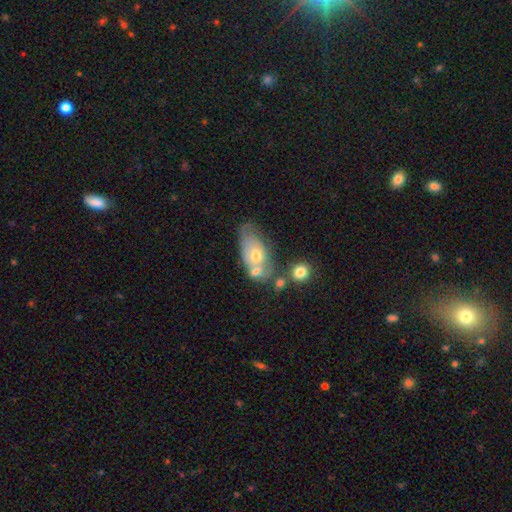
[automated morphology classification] Smooth or featured?
  - smooth: 53% *
  - featured or disk: 40%
  - star or artifact: 8%
How rounded?
  - in between: 86% *
  - round: 10%
  - cigar-shaped: 5%
Merging?
  - merger: 42% *
  - none: 26%
  - minor disturbance: 20%
  - major disturbance: 13%